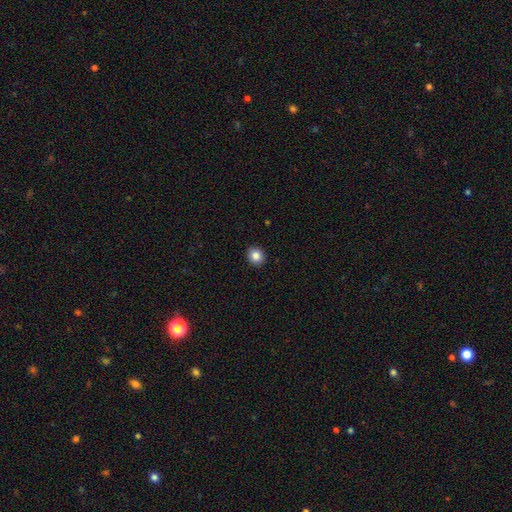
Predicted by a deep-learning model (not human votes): Smooth or featured? smooth (86%)
How rounded? round (81%)
Merging? none (93%)